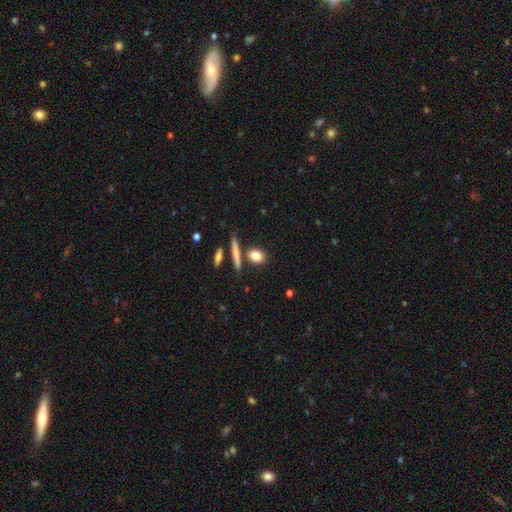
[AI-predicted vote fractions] Morphology: type=smooth (82%); roundness=in between (48%); merging=none (74%).